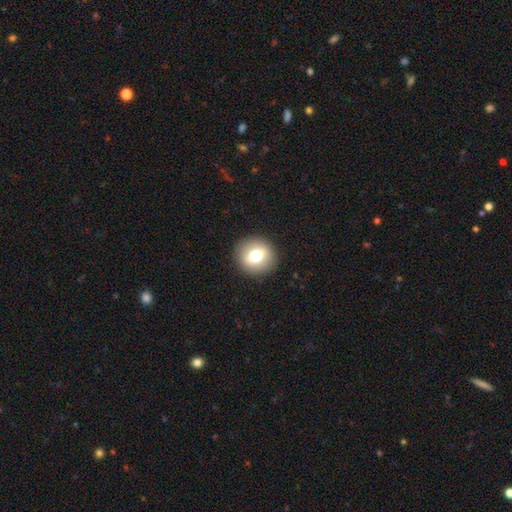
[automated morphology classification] This is likely a smooth galaxy (67%). How rounded: clearly round (89%). Merging: clearly none (91%).